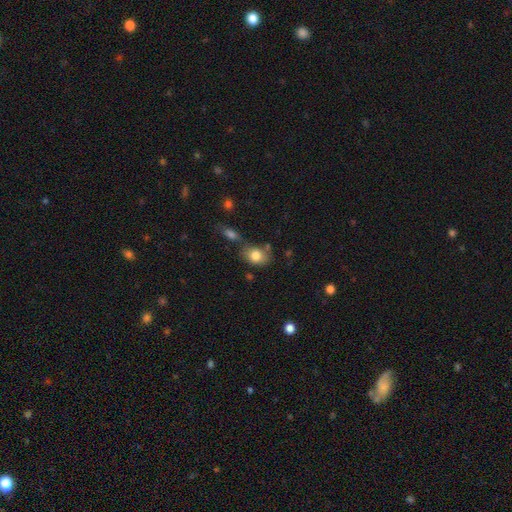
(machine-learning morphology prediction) Smooth or featured?
  - smooth: 81% *
  - featured or disk: 11%
  - star or artifact: 8%
How rounded?
  - in between: 67% *
  - round: 32%
  - cigar-shaped: 1%
Merging?
  - none: 53% *
  - merger: 20%
  - minor disturbance: 20%
  - major disturbance: 7%